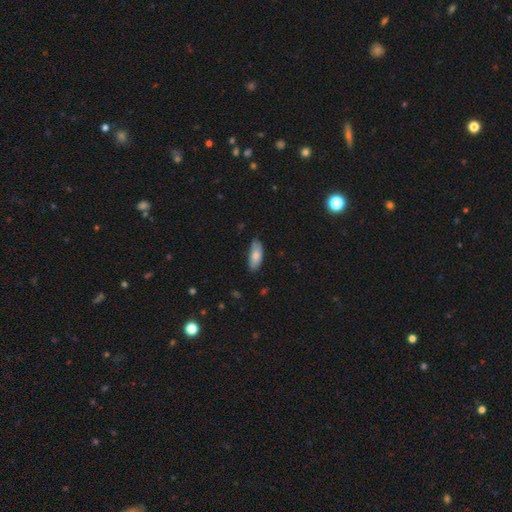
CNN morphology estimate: Smooth or featured: smooth — 79% (featured or disk — 15%)
How rounded: in between — 78% (cigar-shaped — 20%)
Merging: none — 72% (minor disturbance — 24%)